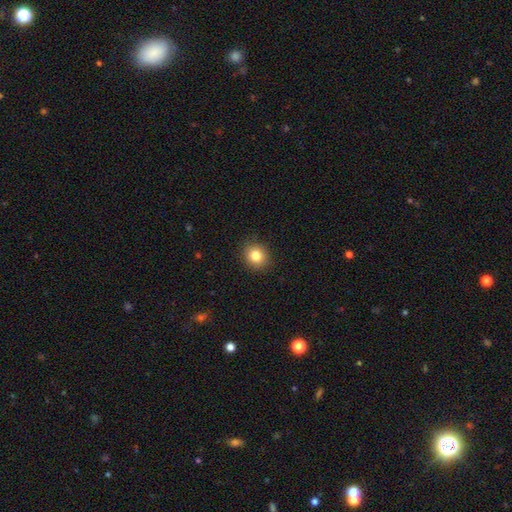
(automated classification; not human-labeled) Overall: smooth (82%). How rounded: round (84%). Merging: none (90%).